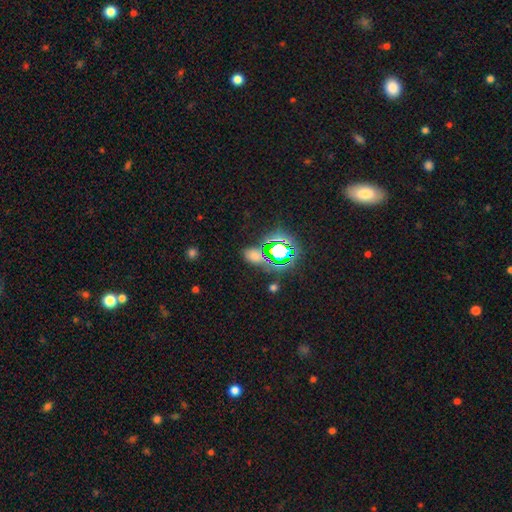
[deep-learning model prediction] smooth-or-featured: star or artifact: 58% | smooth: 33% | featured or disk: 9%